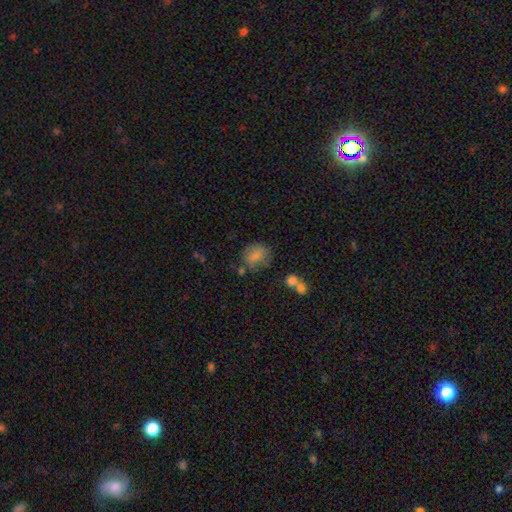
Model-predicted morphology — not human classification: The model was most divided on "how rounded": round: 66%, in between: 33%, cigar-shaped: 1%. More confident: smooth or featured — smooth (77%); merging — none (59%).